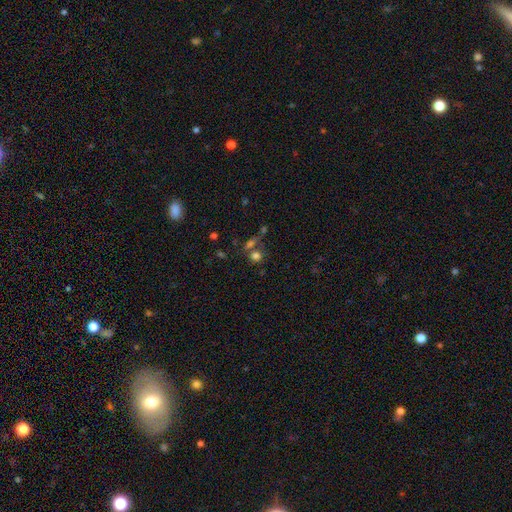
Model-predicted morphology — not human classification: type=smooth (72%); roundness=round (78%); merging=none (55%).